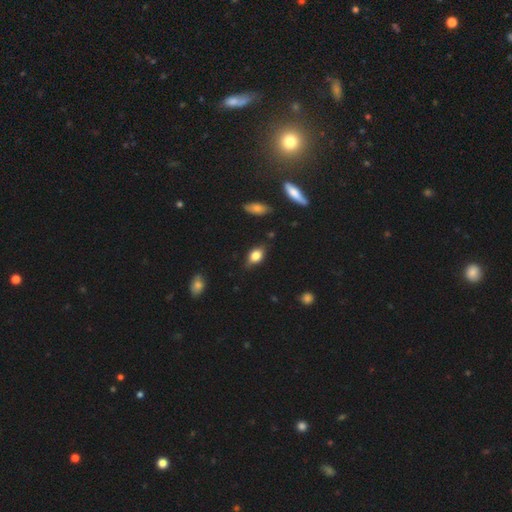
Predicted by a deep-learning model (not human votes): Morphology: type=smooth (76%); roundness=in between (80%); merging=none (74%).